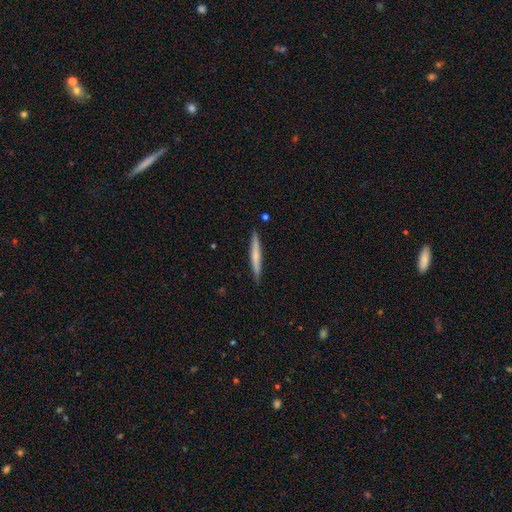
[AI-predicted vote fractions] Smooth or featured? smooth (52%)
How rounded? cigar-shaped (96%)
Merging? none (90%)